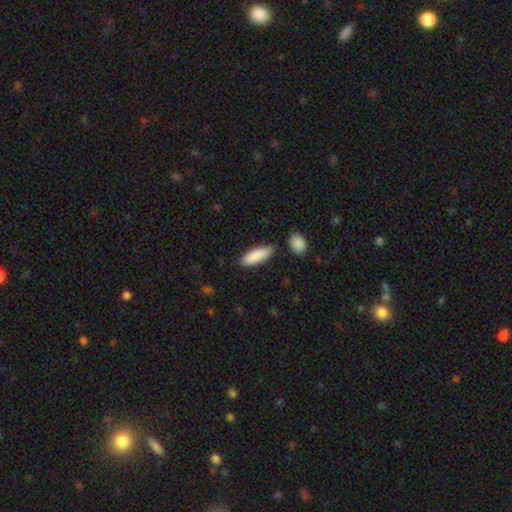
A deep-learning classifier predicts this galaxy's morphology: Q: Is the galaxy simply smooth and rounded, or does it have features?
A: smooth — 88%.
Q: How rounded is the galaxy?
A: in between — 55%.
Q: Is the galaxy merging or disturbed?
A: none — 84%.